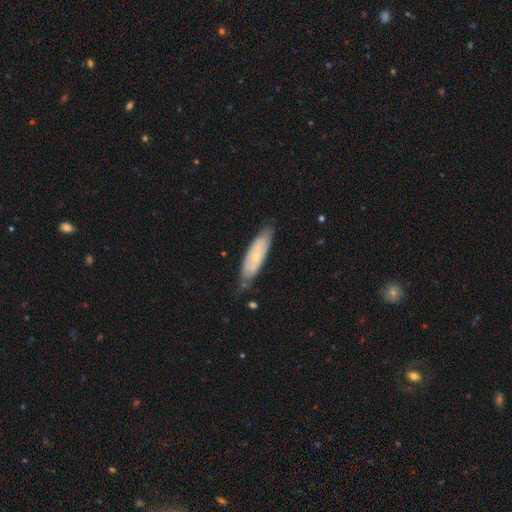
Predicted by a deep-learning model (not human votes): Overall: smooth (49%; featured or disk 44%). Merging: none (70%).